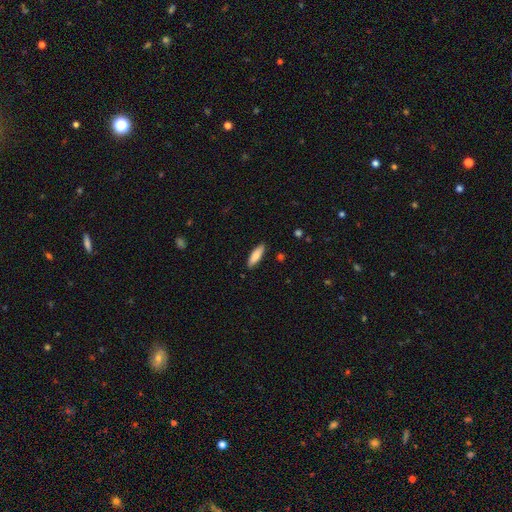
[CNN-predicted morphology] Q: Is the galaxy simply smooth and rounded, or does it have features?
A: smooth — 84%.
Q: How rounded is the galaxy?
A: in between — 51%.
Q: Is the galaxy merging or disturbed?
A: none — 88%.